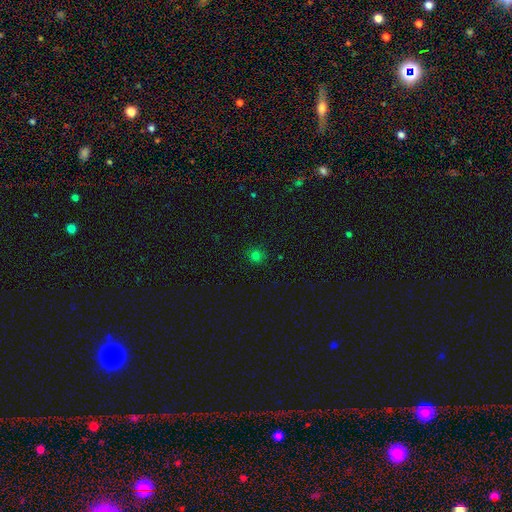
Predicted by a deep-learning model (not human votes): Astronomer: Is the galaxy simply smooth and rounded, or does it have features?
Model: smooth — 76%.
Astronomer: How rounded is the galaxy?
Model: round — 92%.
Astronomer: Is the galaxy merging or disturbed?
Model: none — 90%.